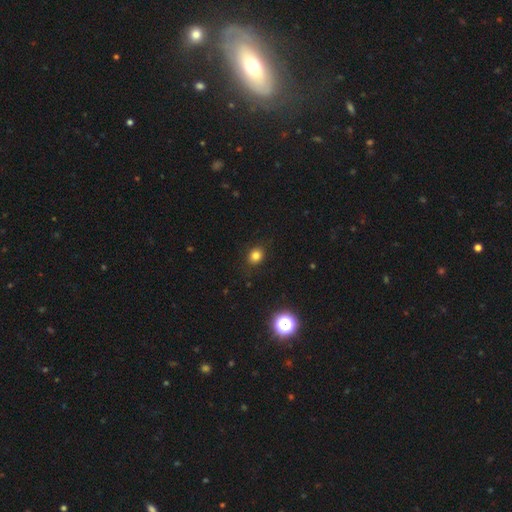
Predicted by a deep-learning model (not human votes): This appears to be a smooth galaxy with no disk features (80%) that is round (65%). Merging: none (87%).